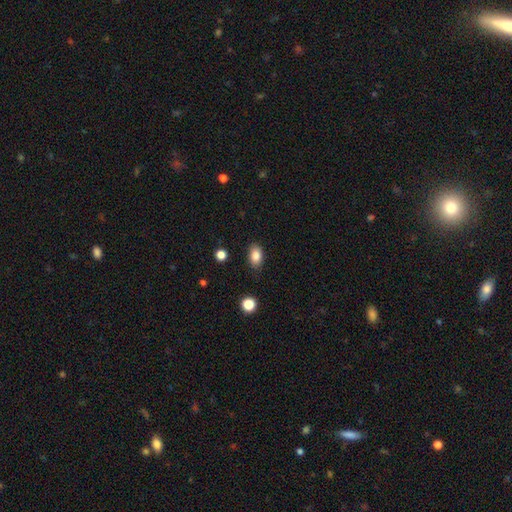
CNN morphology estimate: smooth 85%, star or artifact 9%, featured or disk 6%. Down the decision tree: how rounded — in between (86%); merging — none (83%).